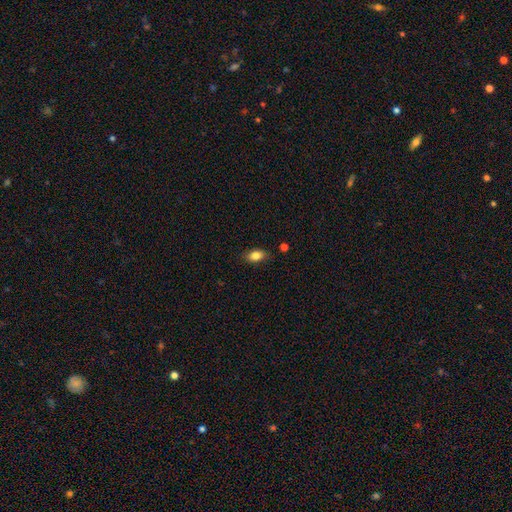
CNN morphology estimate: Smooth or featured? Predicted: smooth (p=0.83). How rounded? Predicted: in between (p=0.87). Merging? Predicted: none (p=0.84).